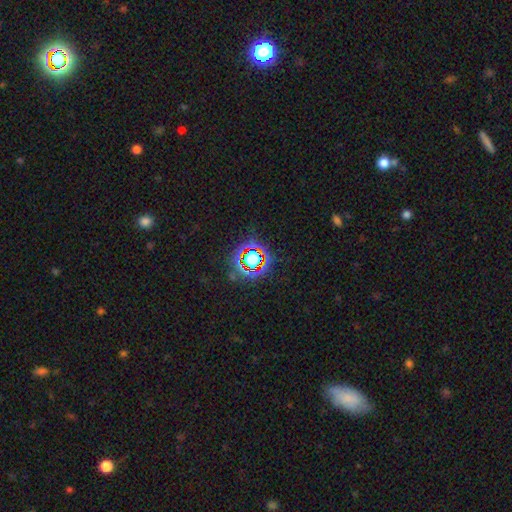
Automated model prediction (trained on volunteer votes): star or artifact 75%, smooth 16%, featured or disk 9%.